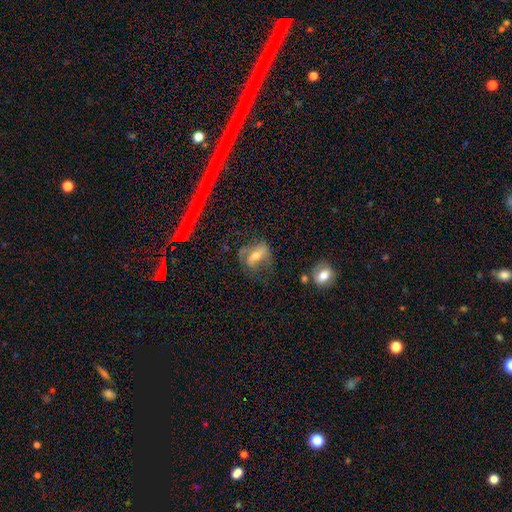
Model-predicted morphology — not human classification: Smooth or featured? Predicted: featured or disk (p=0.53). Edge-on disk? Predicted: no (p=0.87). Merging? Predicted: none (p=0.51).